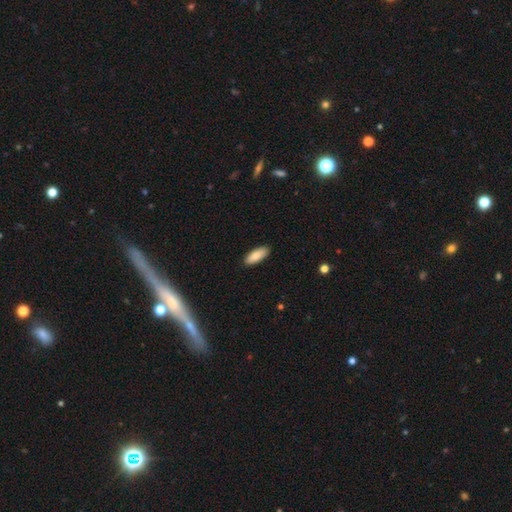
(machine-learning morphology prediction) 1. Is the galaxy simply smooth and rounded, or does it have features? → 85% smooth, 9% featured or disk, 6% star or artifact.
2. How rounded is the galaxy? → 79% in between, 19% cigar-shaped, 2% round.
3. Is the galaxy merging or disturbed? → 89% none, 8% minor disturbance, 2% major disturbance, 1% merger.